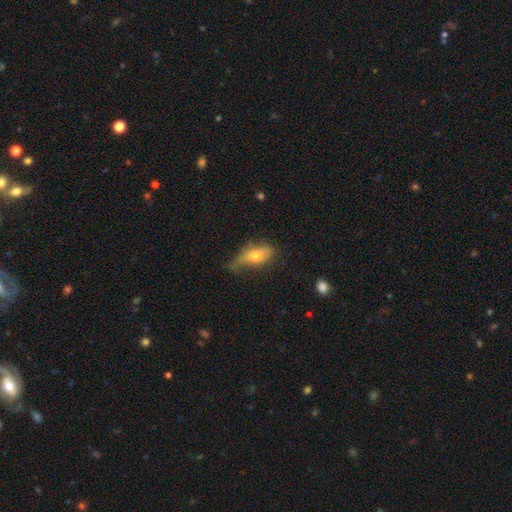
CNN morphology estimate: Smooth or featured?
  - smooth: 54% *
  - featured or disk: 38%
  - star or artifact: 8%
How rounded?
  - in between: 74% *
  - cigar-shaped: 21%
  - round: 5%
Merging?
  - minor disturbance: 39% *
  - none: 34%
  - major disturbance: 24%
  - merger: 3%